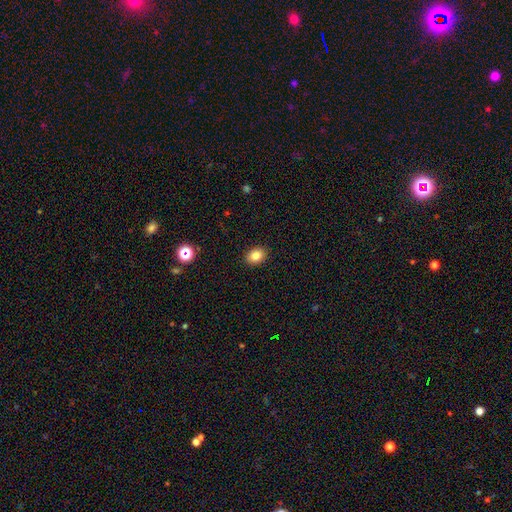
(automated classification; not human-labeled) Smooth or featured? smooth (84%)
How rounded? in between (63%)
Merging? none (91%)